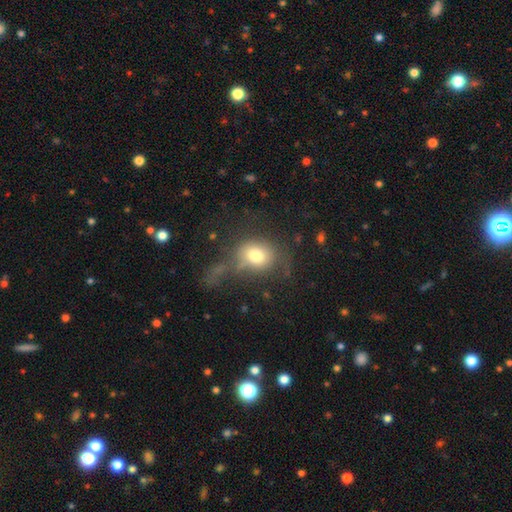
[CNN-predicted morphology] Smooth or featured? Predicted: smooth (p=0.73). How rounded? Predicted: round (p=0.54). Merging? Predicted: none (p=0.41).